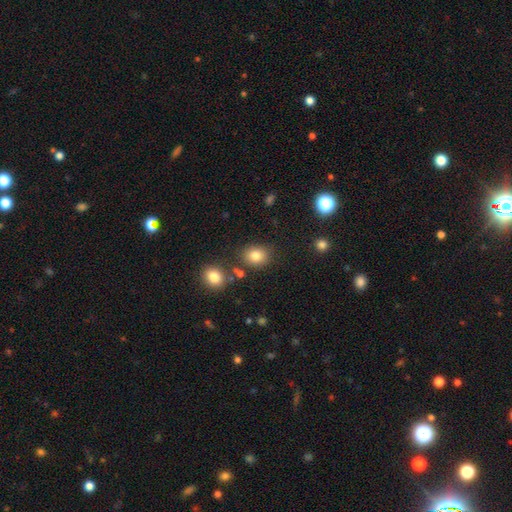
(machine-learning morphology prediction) smooth-or-featured: smooth: 83% | star or artifact: 11% | featured or disk: 6%
  how-rounded: round: 54% | in between: 46% | cigar-shaped: 1%
  merging: none: 77% | minor disturbance: 12% | merger: 7% | major disturbance: 4%